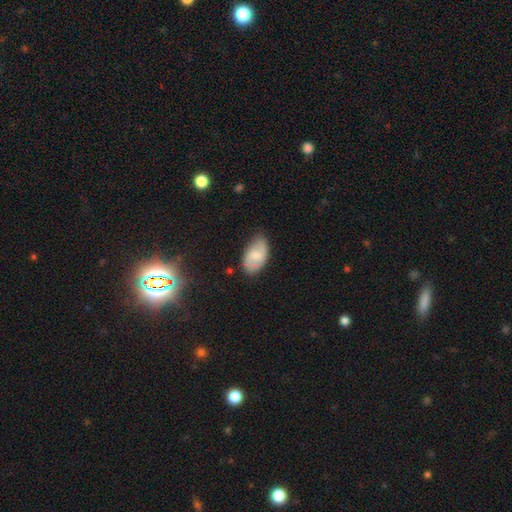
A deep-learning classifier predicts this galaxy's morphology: This appears to be a smooth galaxy with no disk features (56%) that is in between round and cigar-shaped (93%). Merging: none (66%).